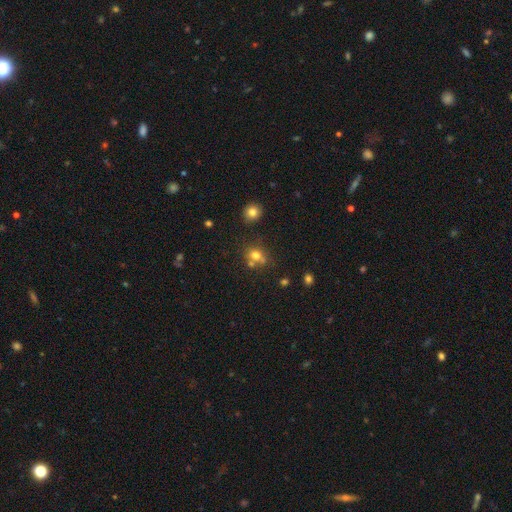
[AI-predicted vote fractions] smooth 72%, star or artifact 16%, featured or disk 13%. Down the decision tree: how rounded — round (63%); merging — none (52%).